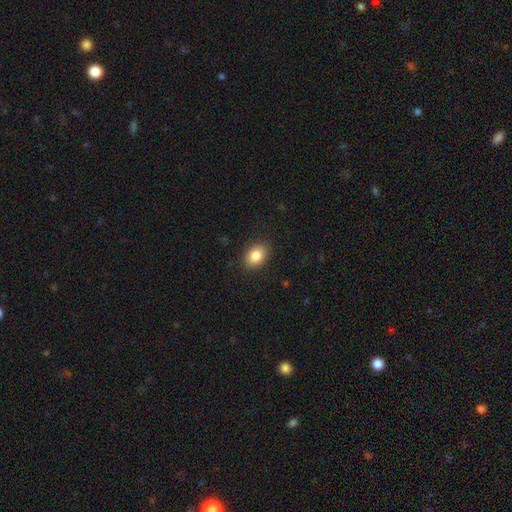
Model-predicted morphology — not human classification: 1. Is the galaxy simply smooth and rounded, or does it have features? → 85% smooth, 8% star or artifact, 7% featured or disk.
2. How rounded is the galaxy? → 81% in between, 18% round, 1% cigar-shaped.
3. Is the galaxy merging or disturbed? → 88% none, 9% minor disturbance, 2% major disturbance, 1% merger.